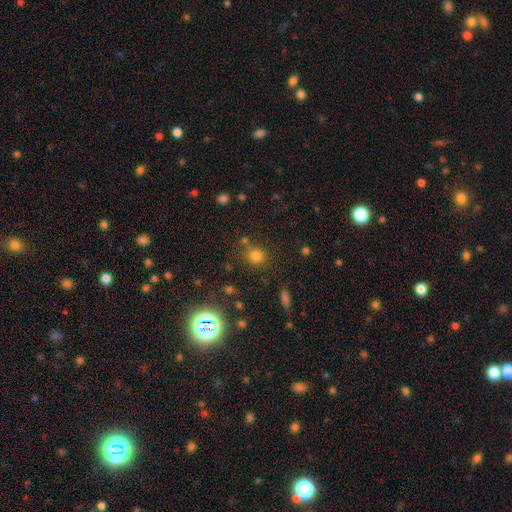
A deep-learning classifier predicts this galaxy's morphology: Smooth or featured? smooth (74%)
How rounded? round (85%)
Merging? none (74%)